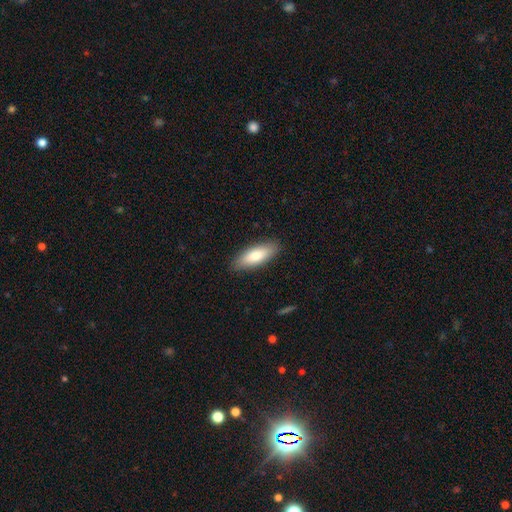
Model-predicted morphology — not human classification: Smooth or featured: smooth — 79% (featured or disk — 15%)
How rounded: in between — 62% (cigar-shaped — 37%)
Merging: none — 88% (minor disturbance — 9%)